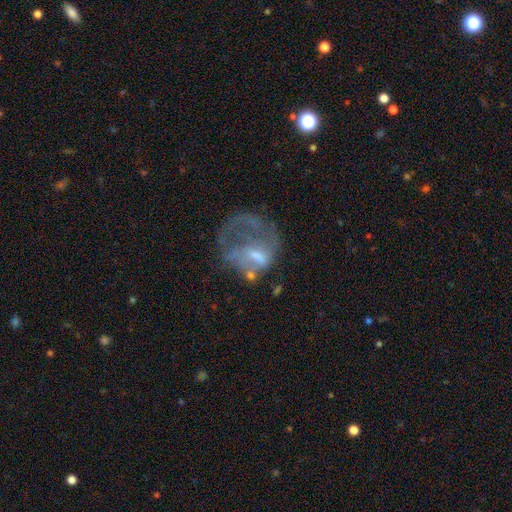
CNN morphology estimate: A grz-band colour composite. It shows a featured or disk galaxy (59%) with no bar (56%), no spiral arms (66%) and a small central bulge (35%). Merging: major disturbance (54%).